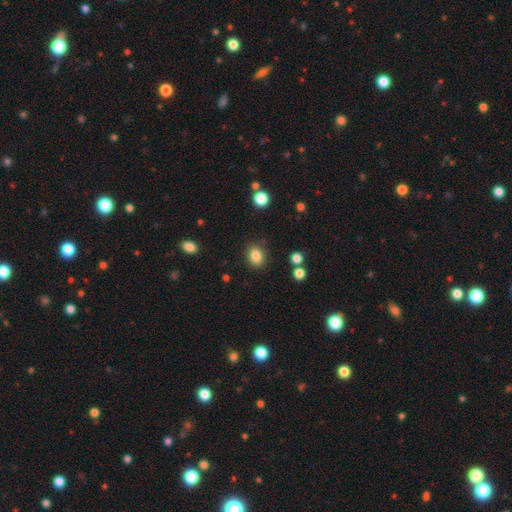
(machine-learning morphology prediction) This is clearly a smooth galaxy (85%). How rounded: likely in between (66%). Merging: clearly none (85%).